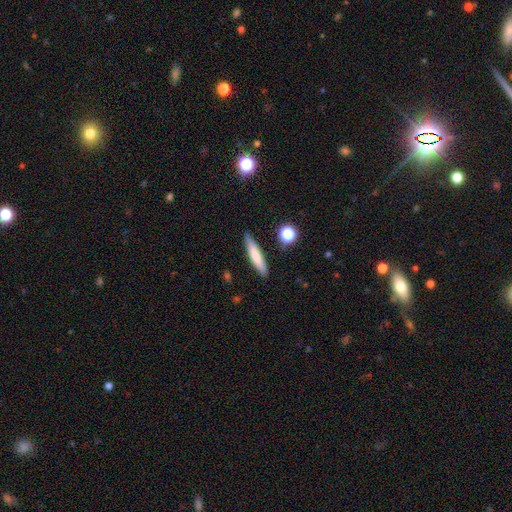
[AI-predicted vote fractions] The model was most divided on "smooth or featured": smooth: 72%, featured or disk: 21%, star or artifact: 7%. More confident: how rounded — cigar-shaped (87%); merging — none (86%).